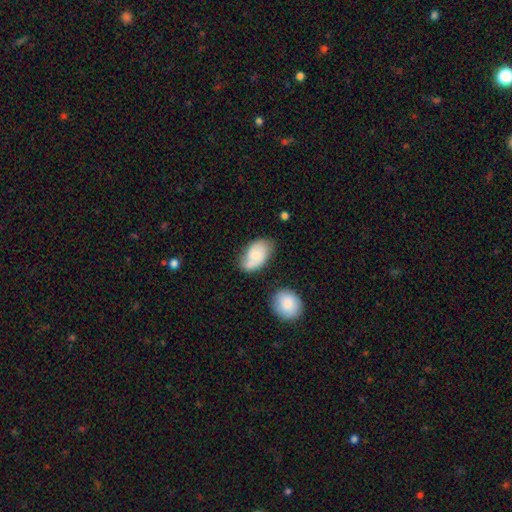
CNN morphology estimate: Smooth or featured? Predicted: smooth (p=0.58). How rounded? Predicted: in between (p=0.91). Merging? Predicted: none (p=0.54).